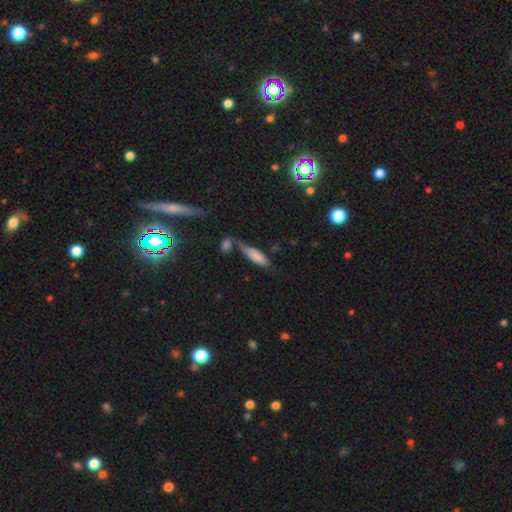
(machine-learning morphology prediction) Q: Smooth or featured?
A: smooth (76%); runner-up: featured or disk (17%)
Q: How rounded?
A: cigar-shaped (60%); runner-up: in between (38%)
Q: Merging?
A: none (54%); runner-up: merger (21%)